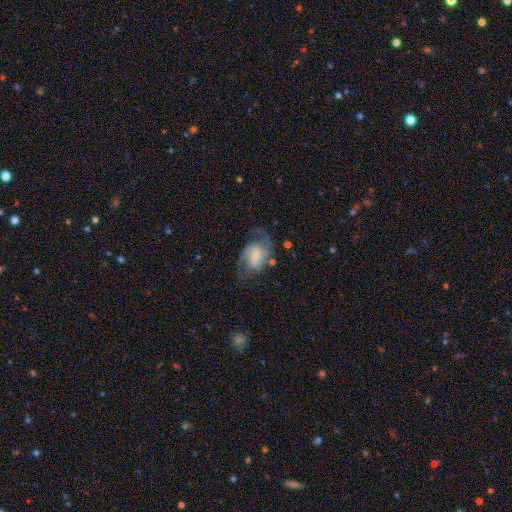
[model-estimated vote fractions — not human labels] A featured or disk galaxy (85%) with a weak bar (51%), 2 (89%) medium (56%) spiral arms (96%) and a small central bulge (54%). Merging: none (69%).